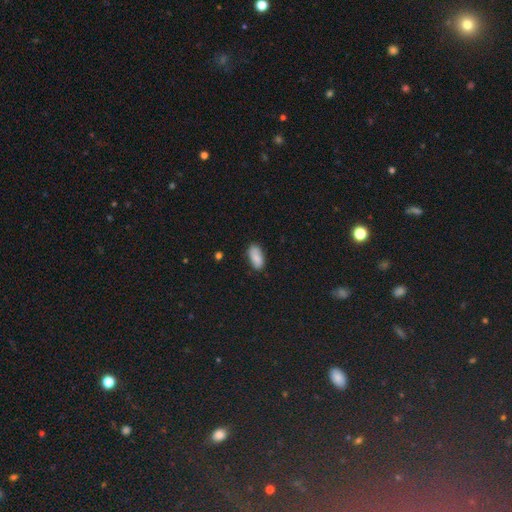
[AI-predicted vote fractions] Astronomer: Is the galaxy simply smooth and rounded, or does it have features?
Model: smooth — 81%.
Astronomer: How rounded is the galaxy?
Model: in between — 92%.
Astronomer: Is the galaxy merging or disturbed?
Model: none — 76%.